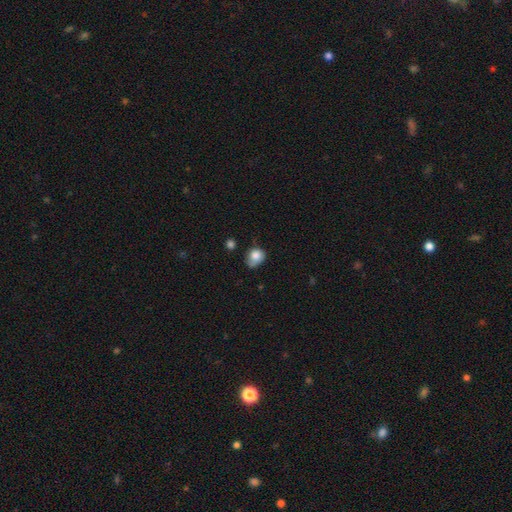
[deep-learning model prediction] smooth_or_featured: smooth (p=0.81) [alt: featured or disk p=0.10]
how_rounded: round (p=0.55) [alt: in between p=0.44]
merging: none (p=0.42) [alt: minor disturbance p=0.40]